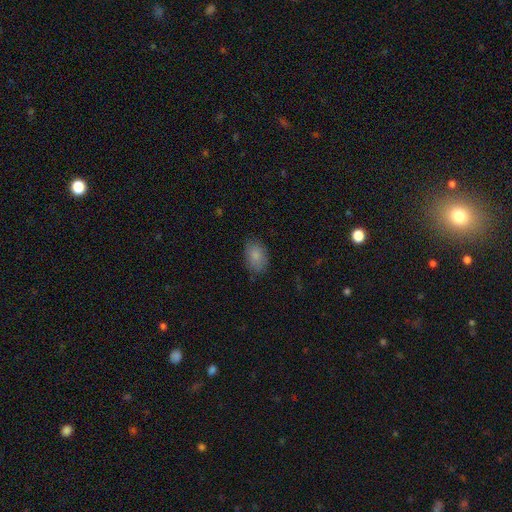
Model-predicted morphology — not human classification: Smooth or featured? Predicted: smooth (p=0.85). How rounded? Predicted: in between (p=0.86). Merging? Predicted: none (p=0.79).